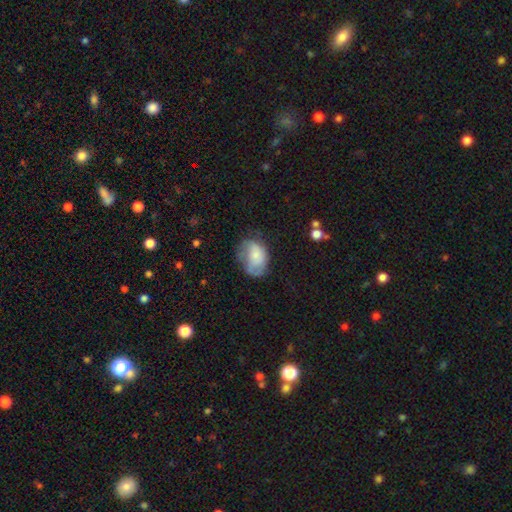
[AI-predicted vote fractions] Overall: smooth (59%; featured or disk 33%). How rounded: in between (77%). Merging: none (39%; minor disturbance 33%).